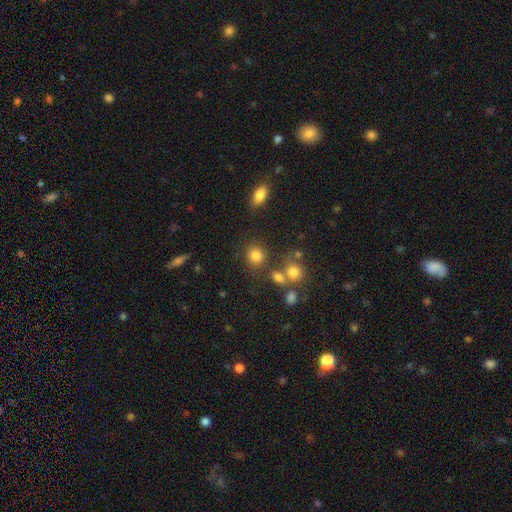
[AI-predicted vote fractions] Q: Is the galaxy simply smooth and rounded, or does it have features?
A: smooth — 81%.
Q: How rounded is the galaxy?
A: round — 82%.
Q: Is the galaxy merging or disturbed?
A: none — 74%.